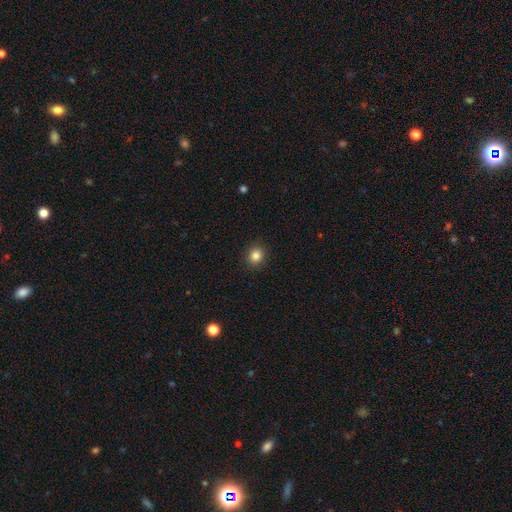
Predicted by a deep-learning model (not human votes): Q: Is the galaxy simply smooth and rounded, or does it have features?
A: smooth — 85%.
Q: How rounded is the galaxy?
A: round — 76%.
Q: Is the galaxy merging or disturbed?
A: none — 90%.